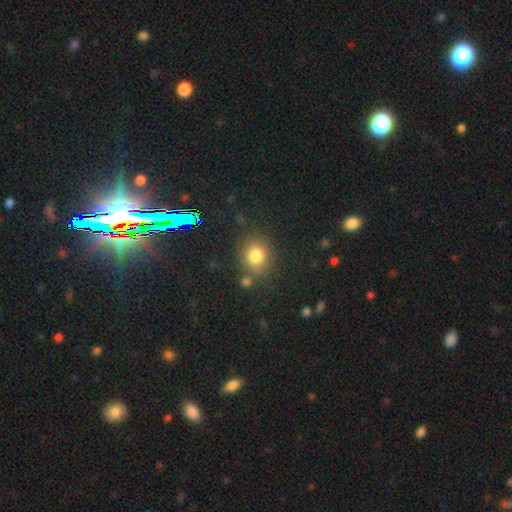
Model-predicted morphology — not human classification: Smooth or featured? smooth (79%)
How rounded? round (74%)
Merging? none (75%)